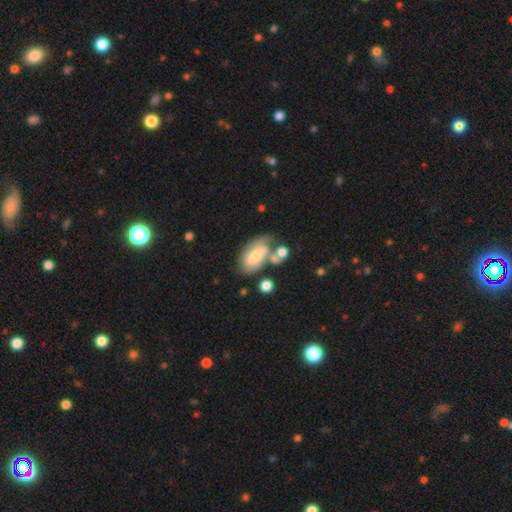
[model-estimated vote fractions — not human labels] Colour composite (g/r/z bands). It shows a smooth galaxy with no disk features (50%). Merging: none (42%).